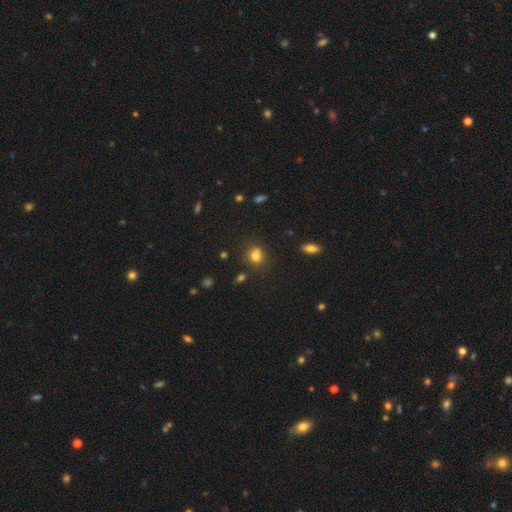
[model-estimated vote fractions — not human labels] smooth-or-featured: smooth: 78% | star or artifact: 14% | featured or disk: 8%
  how-rounded: round: 67% | in between: 31% | cigar-shaped: 1%
  merging: none: 69% | minor disturbance: 16% | merger: 11% | major disturbance: 5%